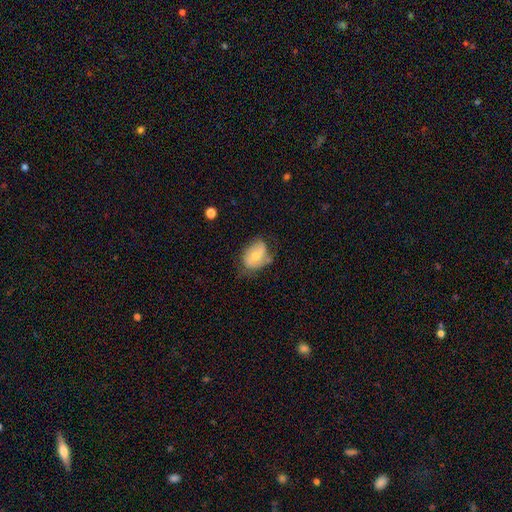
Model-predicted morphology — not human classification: Smooth or featured? smooth (51%)
How rounded? in between (76%)
Merging? none (46%)